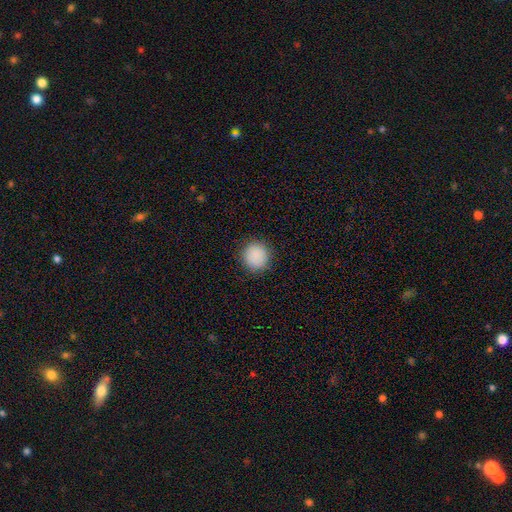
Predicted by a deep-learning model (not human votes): smooth 88%, star or artifact 9%, featured or disk 3%. Down the decision tree: how rounded — round (91%); merging — none (89%).